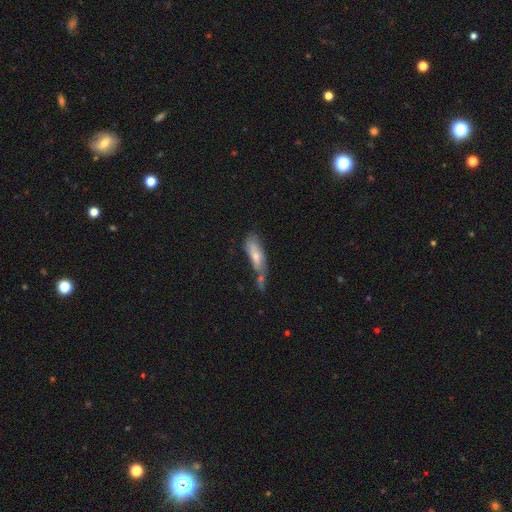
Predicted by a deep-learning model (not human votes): A smooth galaxy with no disk features (61%) that is in between round and cigar-shaped (58%).

Vote fractions:
- Smooth or featured? smooth: 61% / featured or disk: 32% / star or artifact: 7%
- How rounded? in between: 58% / cigar-shaped: 40% / round: 3%
- Merging? merger: 34% / none: 29% / minor disturbance: 24% / major disturbance: 13%